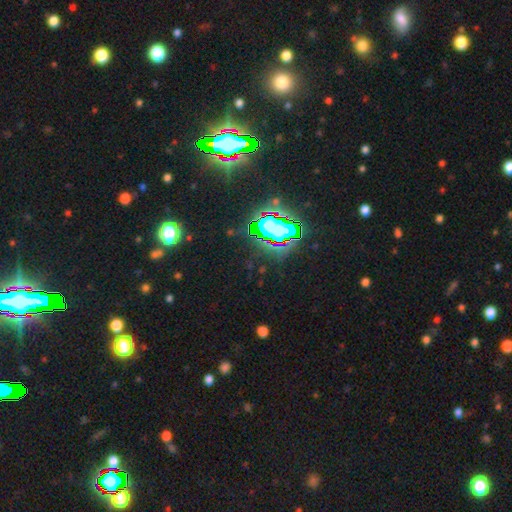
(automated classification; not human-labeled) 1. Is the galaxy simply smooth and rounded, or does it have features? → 83% star or artifact, 10% smooth, 7% featured or disk.